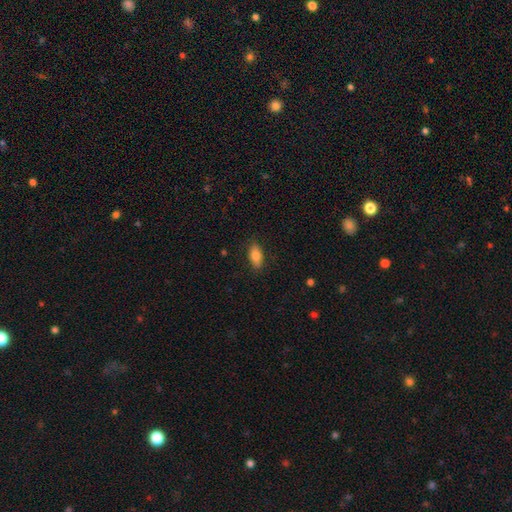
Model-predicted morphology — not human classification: smooth 81%, featured or disk 12%, star or artifact 7%. Down the decision tree: how rounded — in between (88%); merging — none (87%).